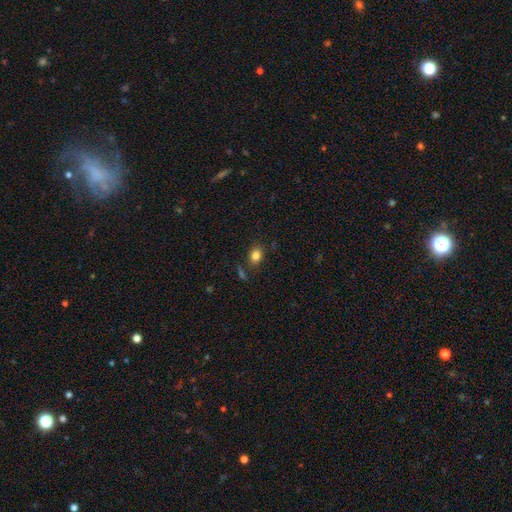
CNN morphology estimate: Smooth or featured? smooth (83%)
How rounded? in between (58%)
Merging? none (80%)